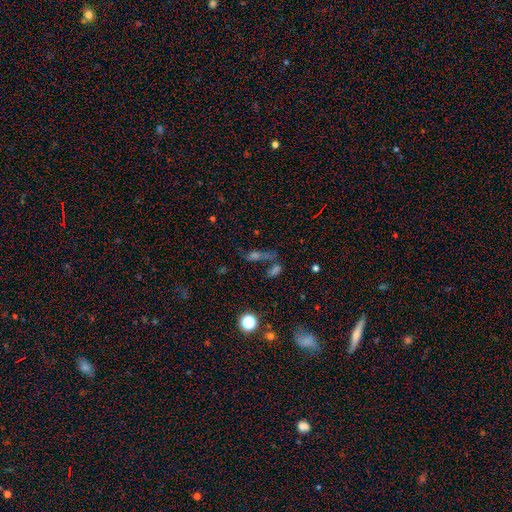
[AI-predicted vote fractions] Smooth or featured? smooth (38%)
Merging? none (47%)